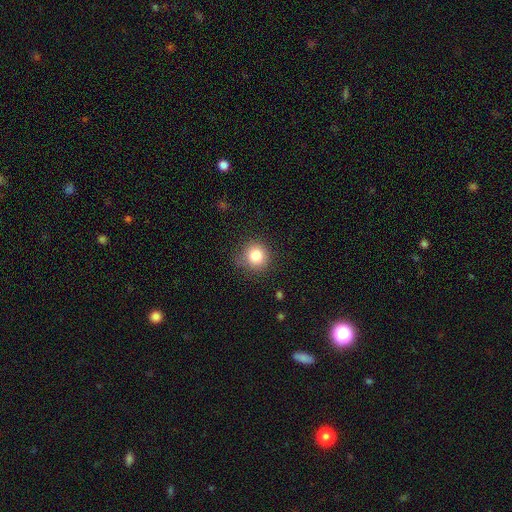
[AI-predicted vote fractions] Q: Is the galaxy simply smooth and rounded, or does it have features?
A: smooth — 82%.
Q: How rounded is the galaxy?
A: round — 91%.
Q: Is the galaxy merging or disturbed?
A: none — 82%.